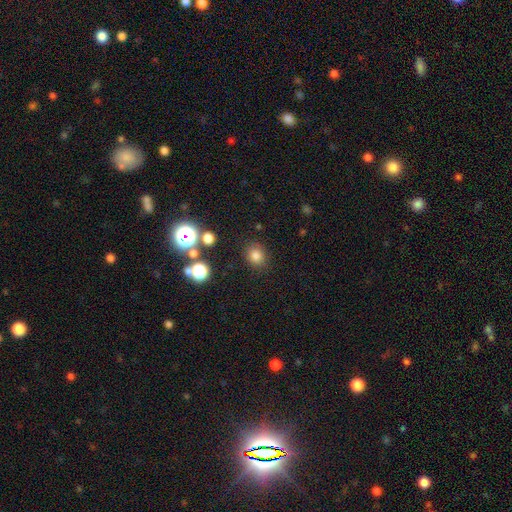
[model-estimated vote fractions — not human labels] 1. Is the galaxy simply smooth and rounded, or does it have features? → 77% smooth, 17% star or artifact, 6% featured or disk.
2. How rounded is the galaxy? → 78% round, 21% in between, 1% cigar-shaped.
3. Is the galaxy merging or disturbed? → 85% none, 8% minor disturbance, 3% major disturbance, 3% merger.